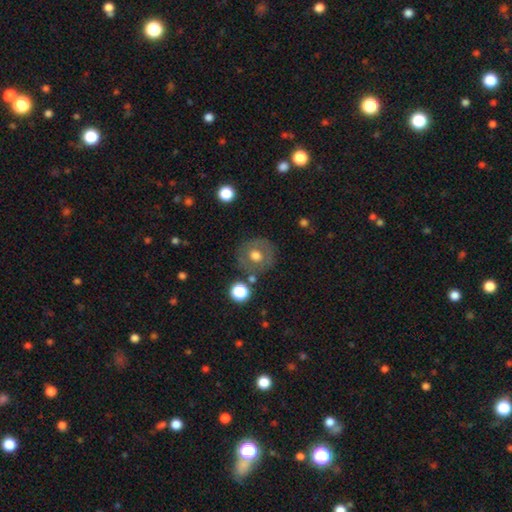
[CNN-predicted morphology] smooth_or_featured: smooth (p=0.56) [alt: featured or disk p=0.34]
how_rounded: round (p=0.89) [alt: in between p=0.10]
merging: none (p=0.77) [alt: minor disturbance p=0.13]